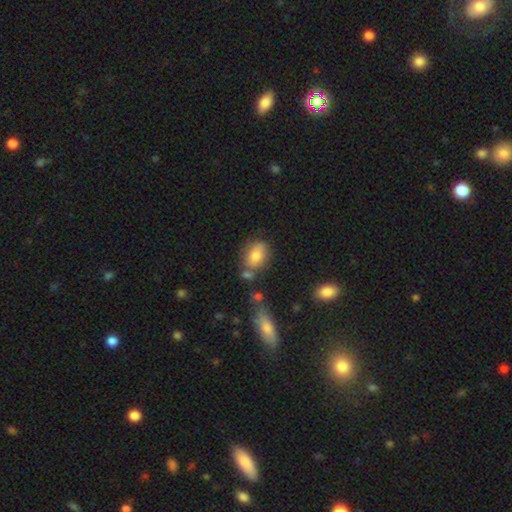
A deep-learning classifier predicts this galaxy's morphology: smooth-or-featured: smooth: 78% | featured or disk: 13% | star or artifact: 9%
  how-rounded: in between: 75% | round: 23% | cigar-shaped: 2%
  merging: none: 65% | minor disturbance: 17% | merger: 12% | major disturbance: 5%